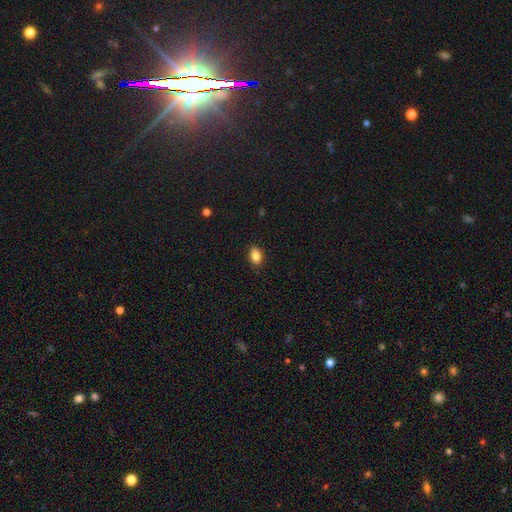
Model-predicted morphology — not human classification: smooth-or-featured: smooth: 86% | star or artifact: 9% | featured or disk: 5%
  how-rounded: in between: 85% | round: 12% | cigar-shaped: 3%
  merging: none: 87% | minor disturbance: 10% | major disturbance: 2% | merger: 1%